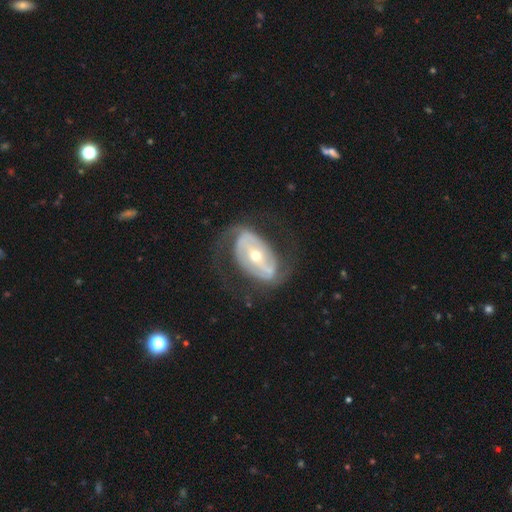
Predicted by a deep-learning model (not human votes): Smooth or featured? Predicted: featured or disk (p=0.82). Edge-on disk? Predicted: no (p=0.94). Bar? Predicted: strong (p=0.45). Spiral arms? Predicted: yes (p=0.79). Spiral winding? Predicted: medium (p=0.41). Spiral arm count? Predicted: 2 (p=0.77). Bulge size? Predicted: moderate (p=0.51). Merging? Predicted: none (p=0.62).